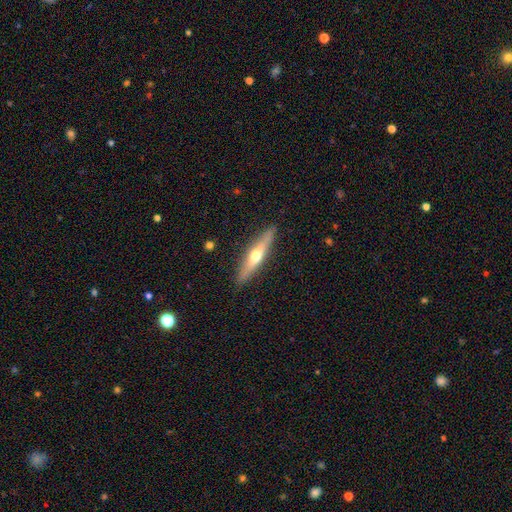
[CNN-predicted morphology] A featured or disk galaxy (57%) viewed edge-on (93%) with a rounded central bulge (91%). Merging: none (89%).